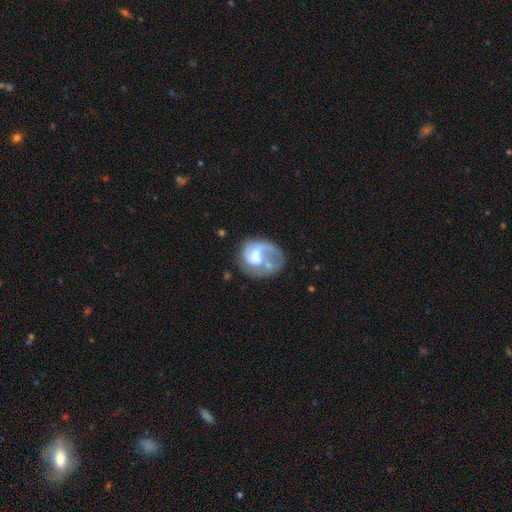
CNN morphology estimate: This appears to be a featured or disk galaxy (63%) with no bar (56%), spiral arms (74%) and a moderate central bulge (37%). Merging: none (37%).